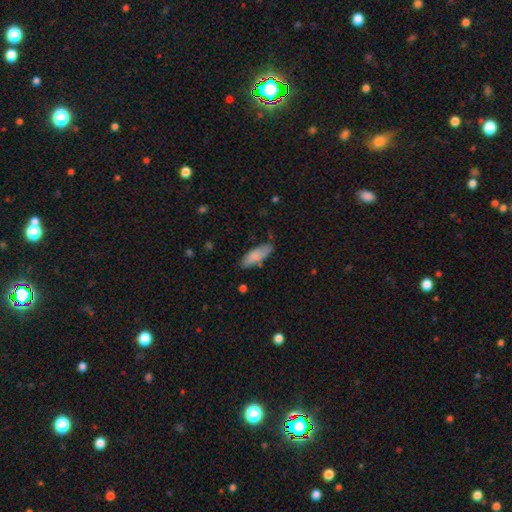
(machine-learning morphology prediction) type=smooth (83%); roundness=in between (64%); merging=none (73%).